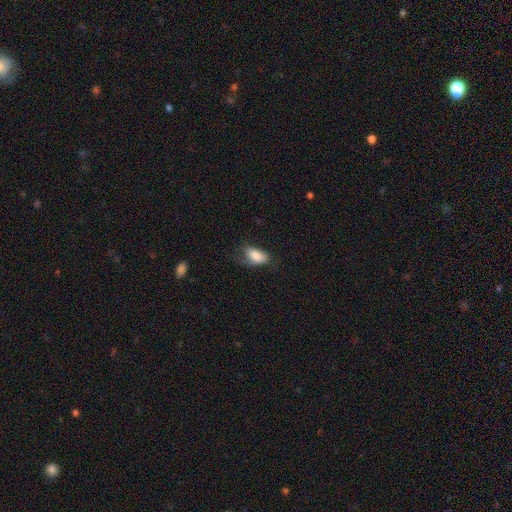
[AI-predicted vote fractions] The model was most divided on "merging": none: 47%, minor disturbance: 32%, major disturbance: 20%, merger: 2%. More confident: how rounded — in between (92%); smooth or featured — smooth (81%).